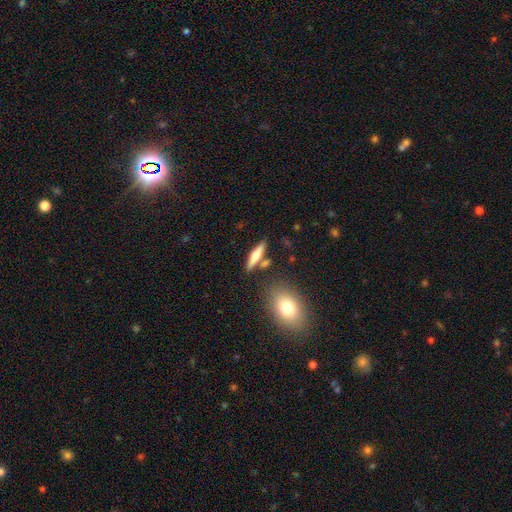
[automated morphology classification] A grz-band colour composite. It shows a smooth galaxy with no disk features (48%). Merging: none (76%).